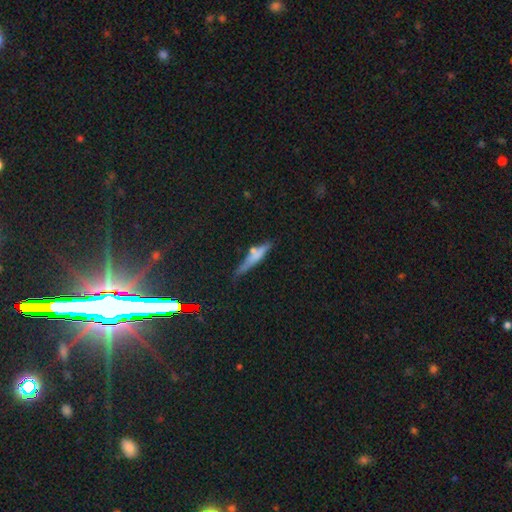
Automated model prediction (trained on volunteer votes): A smooth galaxy with no disk features (55%) that is cigar-shaped (81%).

Vote fractions:
- Smooth or featured? smooth: 55% / featured or disk: 27% / star or artifact: 17%
- How rounded? cigar-shaped: 81% / in between: 14% / round: 5%
- Merging? none: 65% / minor disturbance: 19% / merger: 10% / major disturbance: 7%